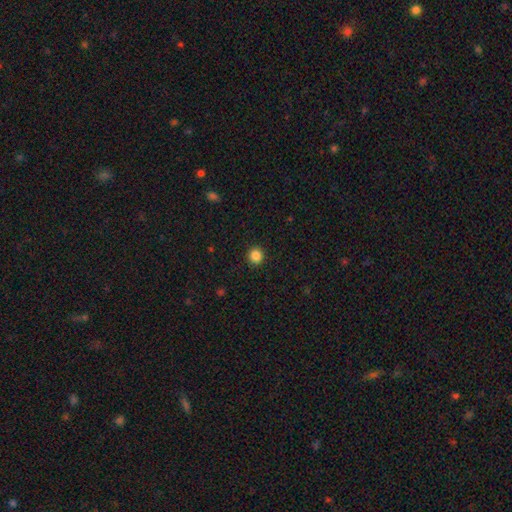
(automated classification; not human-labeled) Q: Smooth or featured?
A: smooth (86%); runner-up: star or artifact (11%)
Q: How rounded?
A: round (93%); runner-up: in between (6%)
Q: Merging?
A: none (93%); runner-up: minor disturbance (4%)